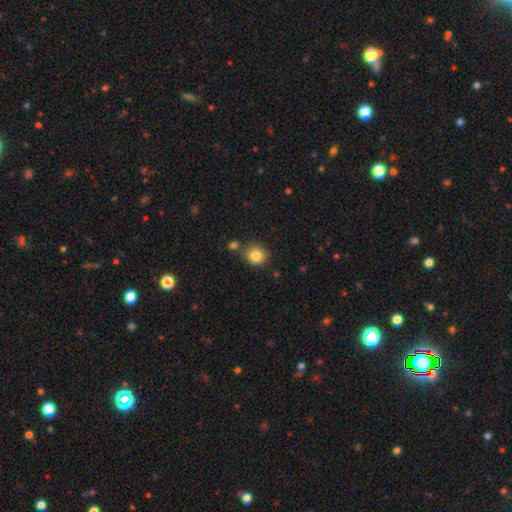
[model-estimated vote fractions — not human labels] Morphology: type=smooth (85%); roundness=round (87%); merging=none (77%).